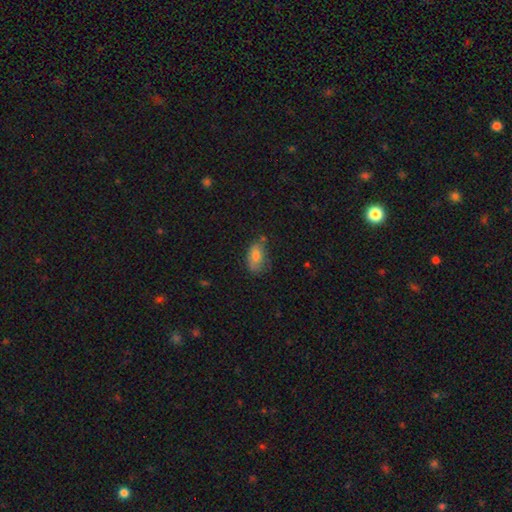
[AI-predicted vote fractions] Smooth or featured? Predicted: smooth (p=0.78). How rounded? Predicted: in between (p=0.90). Merging? Predicted: none (p=0.59).